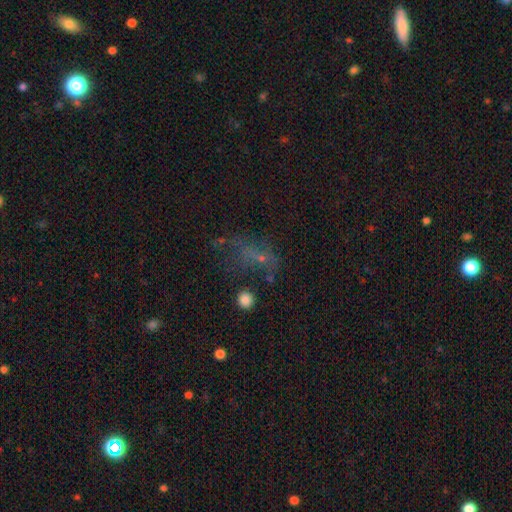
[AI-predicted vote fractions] The model was most divided on "merging": none: 37%, major disturbance: 36%, minor disturbance: 19%, merger: 7%. Remaining: smooth or featured — smooth (35%).